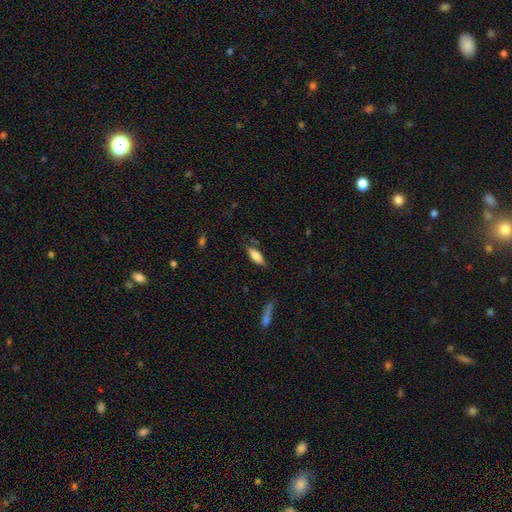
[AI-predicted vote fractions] This appears to be a smooth galaxy with no disk features (73%) that is in between round and cigar-shaped (63%). Merging: none (77%).